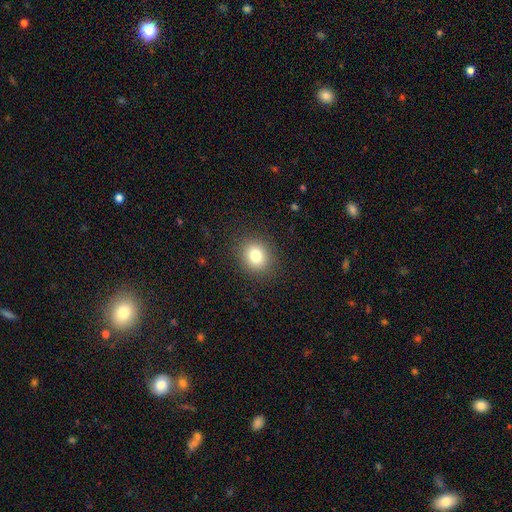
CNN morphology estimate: Q: Smooth or featured?
A: smooth (80%); runner-up: star or artifact (11%)
Q: How rounded?
A: round (71%); runner-up: in between (28%)
Q: Merging?
A: none (88%); runner-up: minor disturbance (8%)